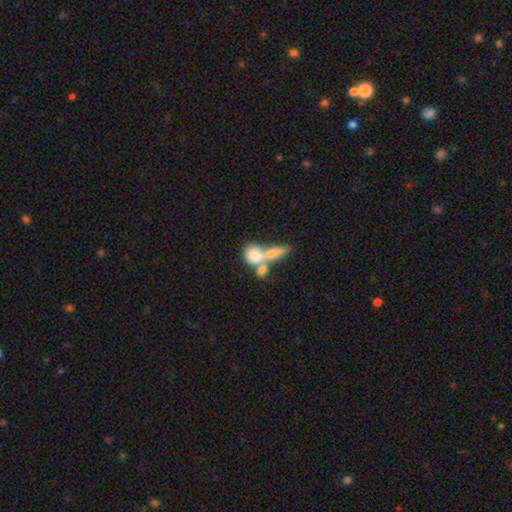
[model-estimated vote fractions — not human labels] Smooth or featured: smooth — 74% (featured or disk — 18%)
How rounded: in between — 45% (tied with round — 45%)
Merging: merger — 62% (none — 24%)